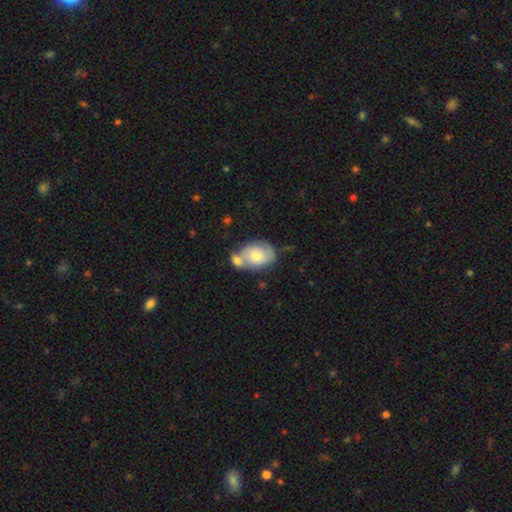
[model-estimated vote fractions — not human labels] The model was most divided on "smooth or featured": smooth: 49%, featured or disk: 45%, star or artifact: 6%. Remaining: merging — merger (46%).